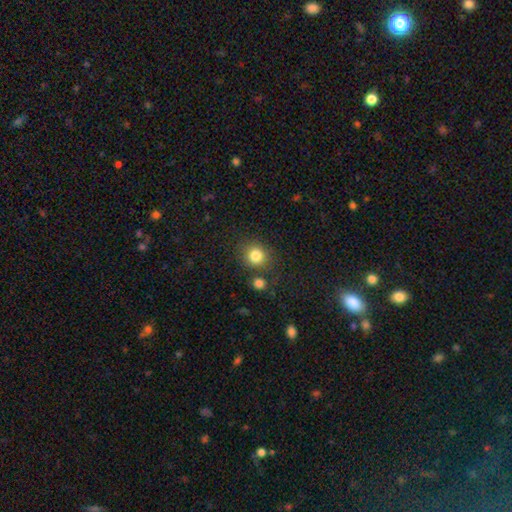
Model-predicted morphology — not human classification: This appears to be a smooth galaxy with no disk features (83%) that is round (86%). Merging: none (78%).